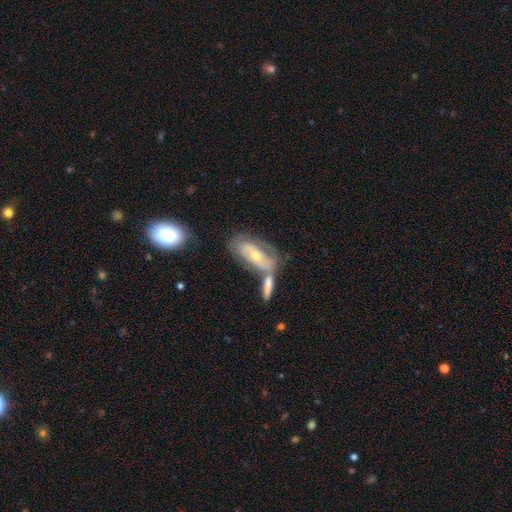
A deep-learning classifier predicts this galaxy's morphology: Overall: featured or disk (64%; smooth 29%). Edge-on disk: no (86%). Bar: no (57%; weak 25%). Spiral arms: yes (65%; no 35%). Bulge size: moderate (50%; small 45%). Merging: none (45%; merger 28%).